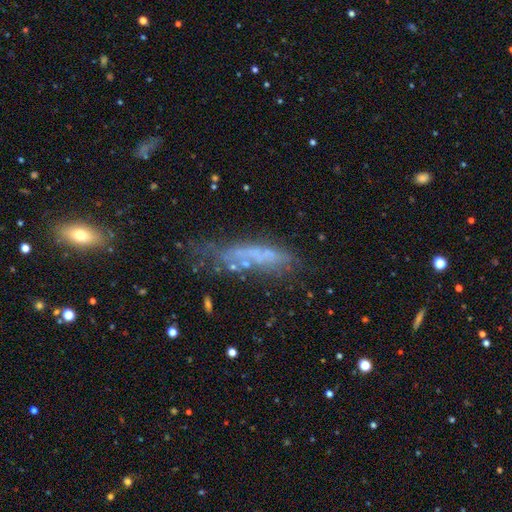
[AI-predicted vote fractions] Smooth or featured?
  - smooth: 42% *
  - featured or disk: 41%
  - star or artifact: 17%
Merging?
  - none: 42% *
  - minor disturbance: 28%
  - major disturbance: 23%
  - merger: 8%